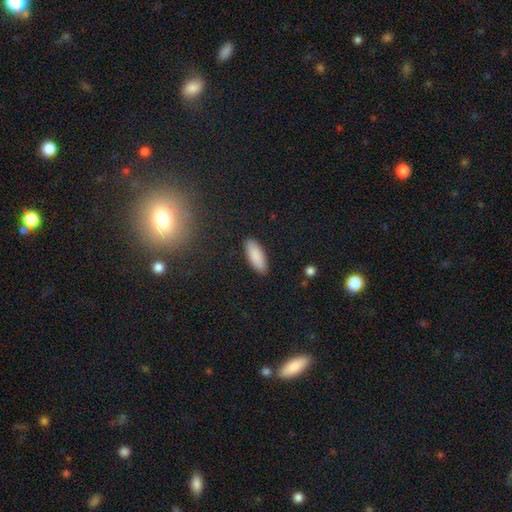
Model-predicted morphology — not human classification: Smooth or featured: smooth — 88% (featured or disk — 6%)
How rounded: in between — 74% (cigar-shaped — 24%)
Merging: none — 88% (minor disturbance — 9%)